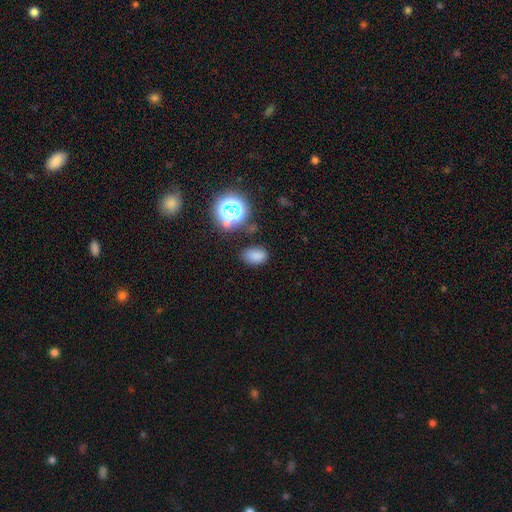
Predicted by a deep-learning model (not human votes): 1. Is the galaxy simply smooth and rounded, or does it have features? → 75% smooth, 19% star or artifact, 6% featured or disk.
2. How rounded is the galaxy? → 84% in between, 15% round, 1% cigar-shaped.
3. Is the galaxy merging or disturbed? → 77% none, 15% minor disturbance, 5% major disturbance, 4% merger.